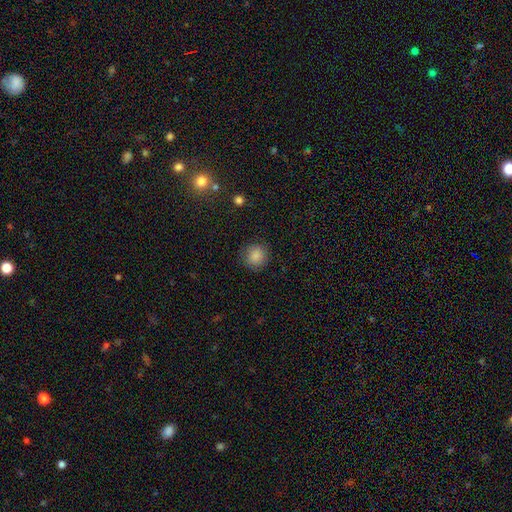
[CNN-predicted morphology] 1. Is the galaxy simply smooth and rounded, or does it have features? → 86% smooth, 9% star or artifact, 4% featured or disk.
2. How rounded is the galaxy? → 91% round, 8% in between, 1% cigar-shaped.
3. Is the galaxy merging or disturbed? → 87% none, 9% minor disturbance, 3% major disturbance, 1% merger.